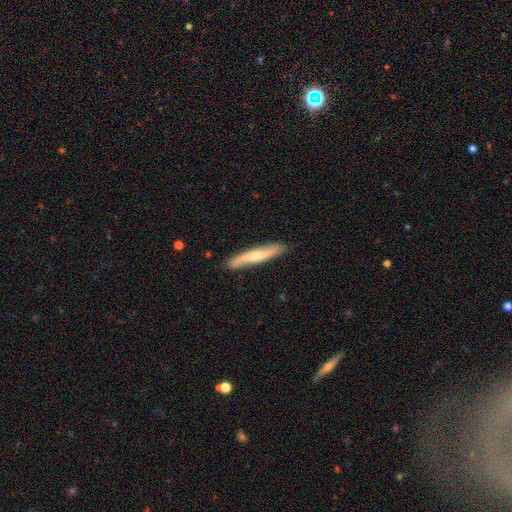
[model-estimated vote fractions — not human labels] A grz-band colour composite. It shows a featured or disk galaxy (49%). Merging: none (85%).